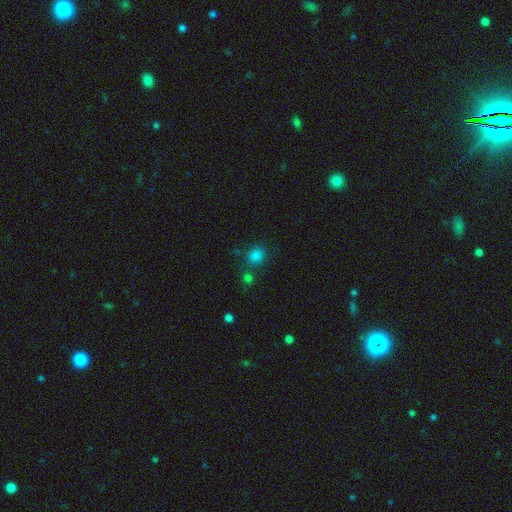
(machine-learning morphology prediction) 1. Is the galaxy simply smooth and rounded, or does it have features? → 80% smooth, 15% star or artifact, 4% featured or disk.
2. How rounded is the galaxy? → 81% round, 18% in between, 1% cigar-shaped.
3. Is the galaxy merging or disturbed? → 72% none, 13% merger, 10% minor disturbance, 4% major disturbance.